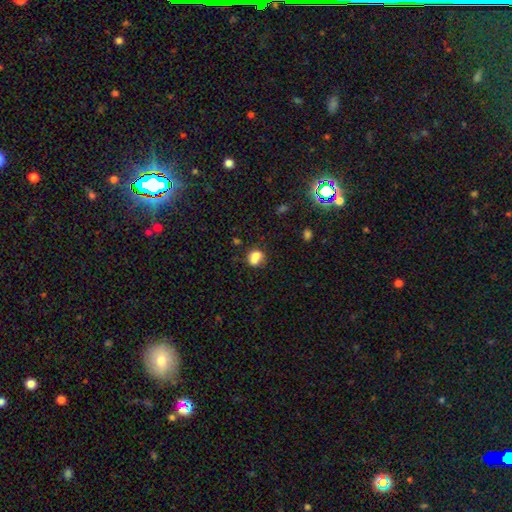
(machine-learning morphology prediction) The model was most divided on "merging": none: 39%, merger: 38%, minor disturbance: 16%, major disturbance: 6%. More confident: smooth or featured — smooth (75%); how rounded — round (56%).